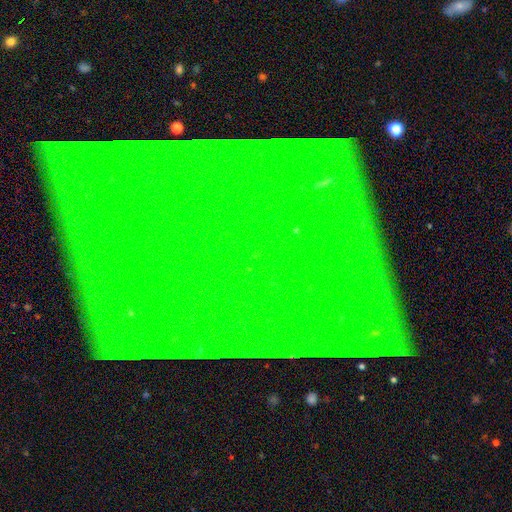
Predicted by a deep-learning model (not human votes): A star or artifact, not a galaxy (83%).

Vote fractions:
- Smooth or featured? star or artifact: 83% / featured or disk: 9% / smooth: 8%